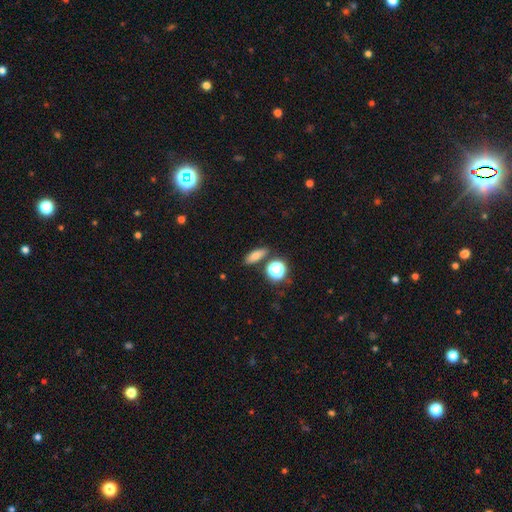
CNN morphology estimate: Q: Smooth or featured?
A: smooth (74%); runner-up: star or artifact (15%)
Q: How rounded?
A: in between (59%); runner-up: cigar-shaped (26%)
Q: Merging?
A: none (79%); runner-up: minor disturbance (10%)